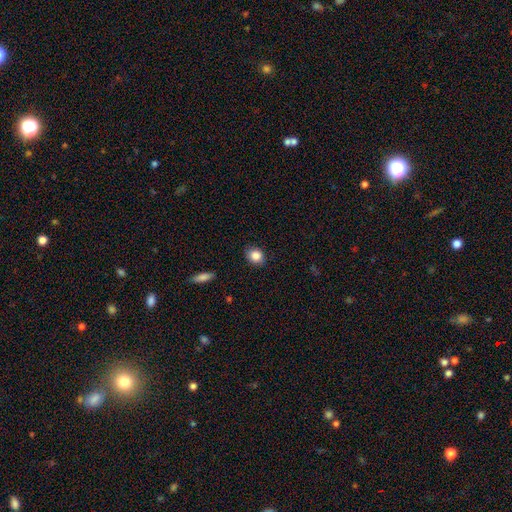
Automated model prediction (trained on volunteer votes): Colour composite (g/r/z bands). It shows a smooth galaxy with no disk features (85%) that is round (61%). Merging: none (86%).